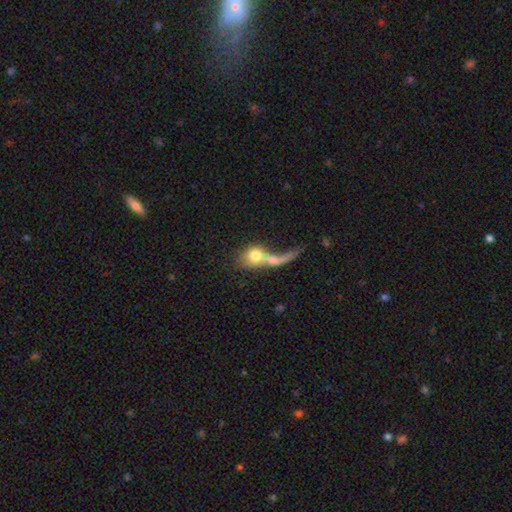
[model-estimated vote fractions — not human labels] Smooth or featured?
  - smooth: 64% *
  - featured or disk: 27%
  - star or artifact: 9%
How rounded?
  - round: 54% *
  - in between: 39%
  - cigar-shaped: 6%
Merging?
  - merger: 52% *
  - major disturbance: 27%
  - none: 14%
  - minor disturbance: 8%